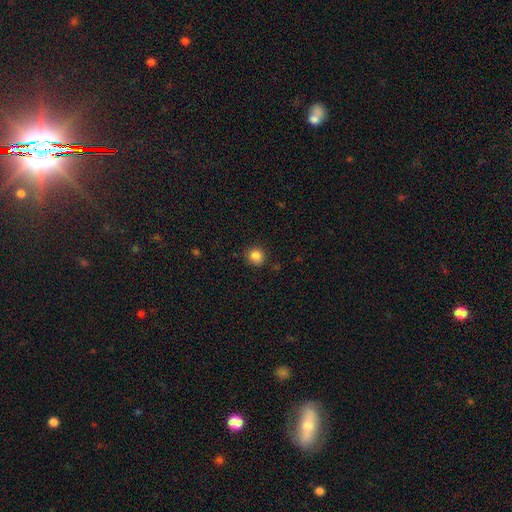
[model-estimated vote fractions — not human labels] This appears to be a smooth galaxy with no disk features (85%) that is round (90%). Merging: none (89%).